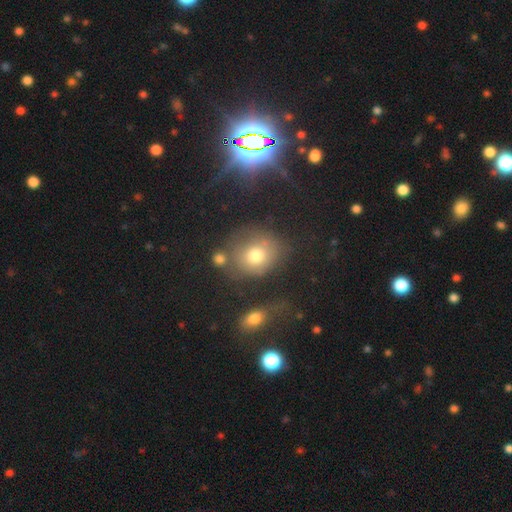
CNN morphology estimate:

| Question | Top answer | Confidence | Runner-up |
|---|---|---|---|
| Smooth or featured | smooth | 70% | featured or disk (15%) |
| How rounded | round | 65% | in between (33%) |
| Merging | none | 57% | minor disturbance (18%) |